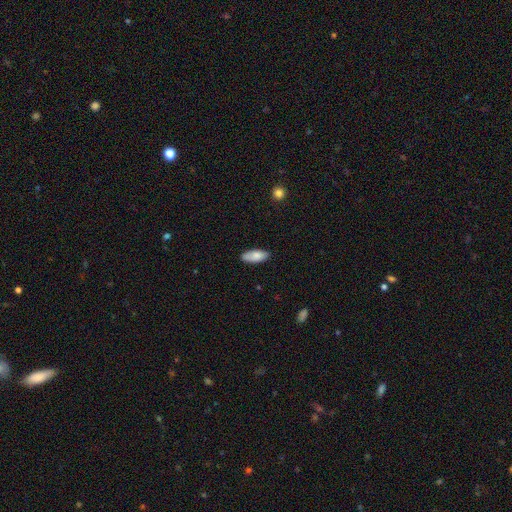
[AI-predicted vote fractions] smooth-or-featured: smooth: 81% | featured or disk: 13% | star or artifact: 6%
  how-rounded: in between: 84% | cigar-shaped: 14% | round: 2%
  merging: none: 83% | minor disturbance: 14% | major disturbance: 2% | merger: 1%